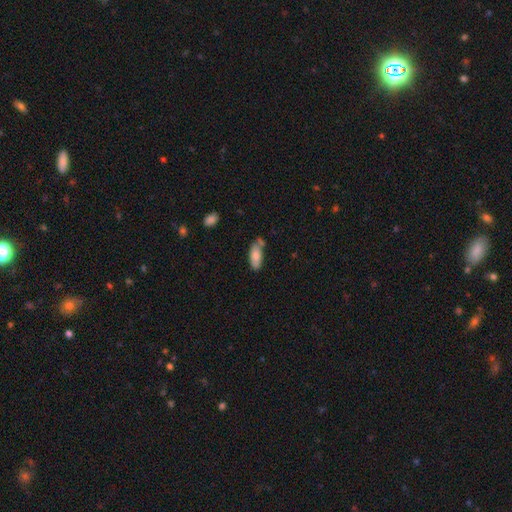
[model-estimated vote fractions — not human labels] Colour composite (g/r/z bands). It shows a smooth galaxy with no disk features (78%) that is in between round and cigar-shaped (82%). Merging: none (62%).